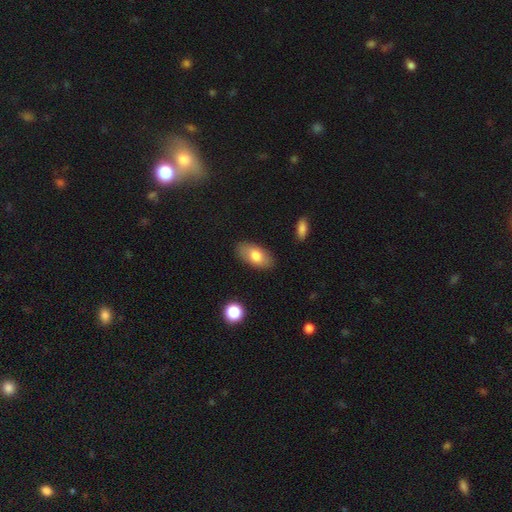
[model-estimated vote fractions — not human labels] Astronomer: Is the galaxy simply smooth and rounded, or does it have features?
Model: smooth — 77%.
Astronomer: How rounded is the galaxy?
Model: in between — 93%.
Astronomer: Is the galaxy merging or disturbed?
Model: none — 85%.